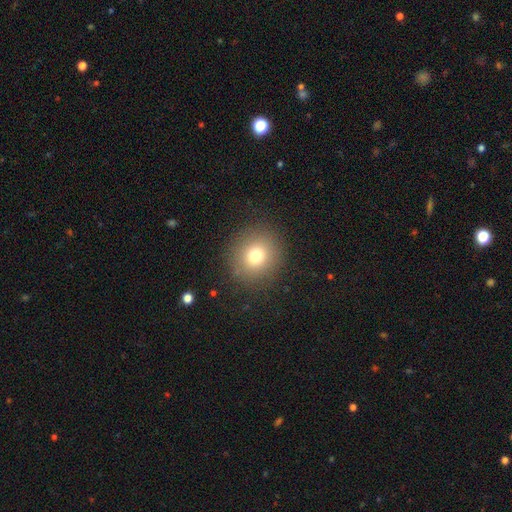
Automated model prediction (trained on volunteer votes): This is likely a smooth galaxy (76%). How rounded: clearly round (91%). Merging: clearly none (88%).